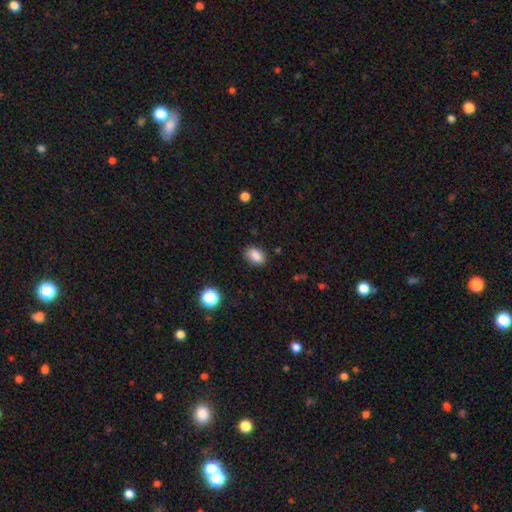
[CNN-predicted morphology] Q: Smooth or featured?
A: smooth (86%); runner-up: star or artifact (10%)
Q: How rounded?
A: in between (84%); runner-up: round (14%)
Q: Merging?
A: none (83%); runner-up: minor disturbance (12%)